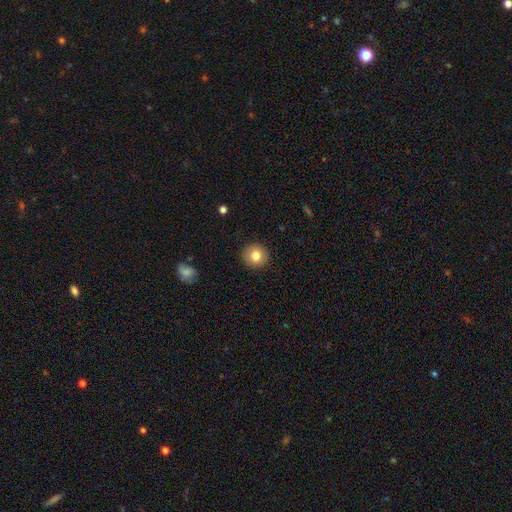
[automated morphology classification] Smooth or featured: smooth — 80% (featured or disk — 10%)
How rounded: round — 92% (in between — 7%)
Merging: none — 91% (minor disturbance — 6%)